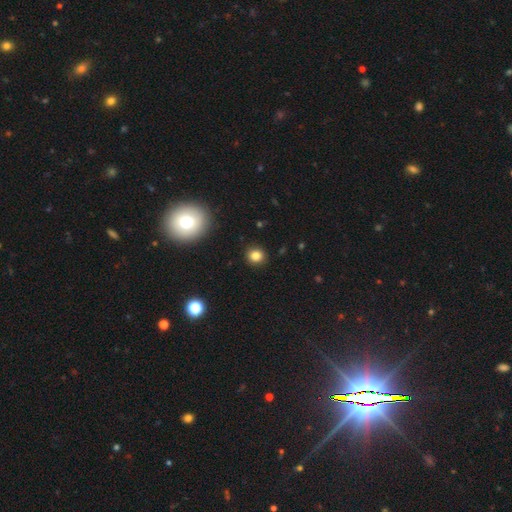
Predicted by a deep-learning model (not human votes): Smooth or featured? Predicted: smooth (p=0.82). How rounded? Predicted: round (p=0.83). Merging? Predicted: none (p=0.90).